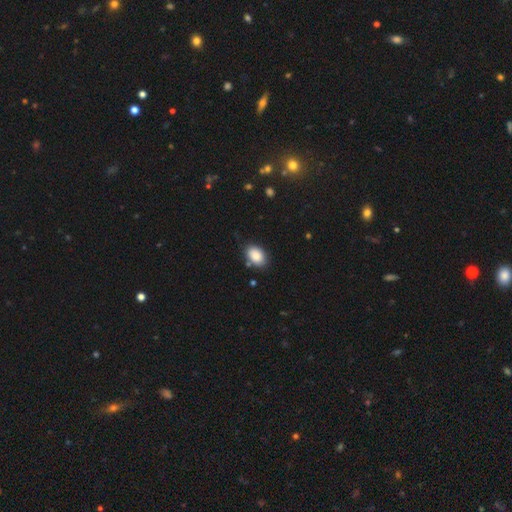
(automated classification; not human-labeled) A smooth galaxy with no disk features (87%) that is in between round and cigar-shaped (87%). Merging: none (79%).